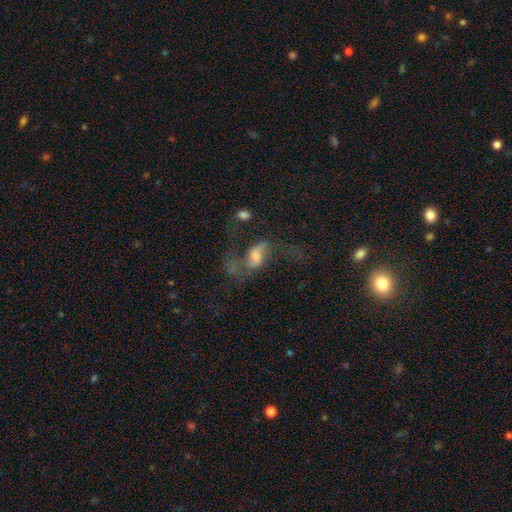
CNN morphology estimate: Q: Smooth or featured?
A: featured or disk (66%); runner-up: smooth (21%)
Q: Edge-on disk?
A: no (94%); runner-up: yes (6%)
Q: Bar?
A: weak (46%); runner-up: no (37%)
Q: Spiral arms?
A: yes (83%); runner-up: no (17%)
Q: Spiral winding?
A: loose (82%); runner-up: medium (15%)
Q: Spiral arm count?
A: 2 (86%); runner-up: 1 (6%)
Q: Bulge size?
A: moderate (40%); runner-up: small (30%)
Q: Merging?
A: none (41%); runner-up: major disturbance (35%)